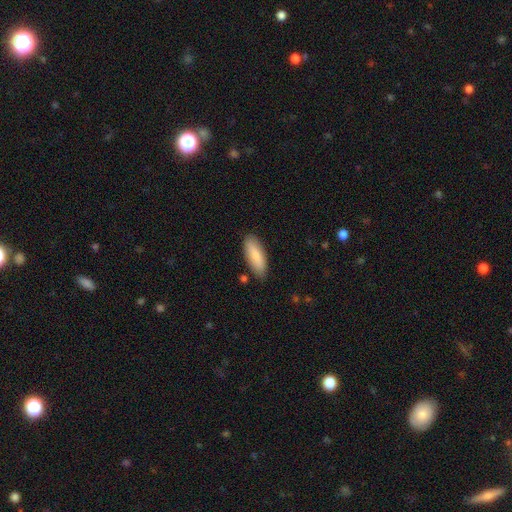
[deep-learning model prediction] Smooth or featured: smooth — 83% (featured or disk — 11%)
How rounded: in between — 68% (cigar-shaped — 30%)
Merging: none — 84% (minor disturbance — 12%)